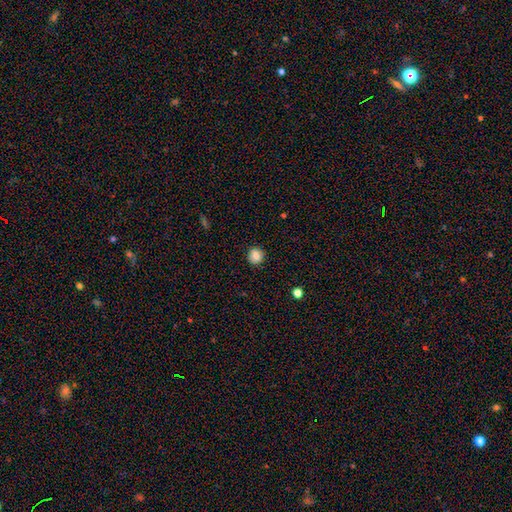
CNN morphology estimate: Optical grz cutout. It shows a smooth galaxy with no disk features (79%) that is round (88%). Merging: none (88%).